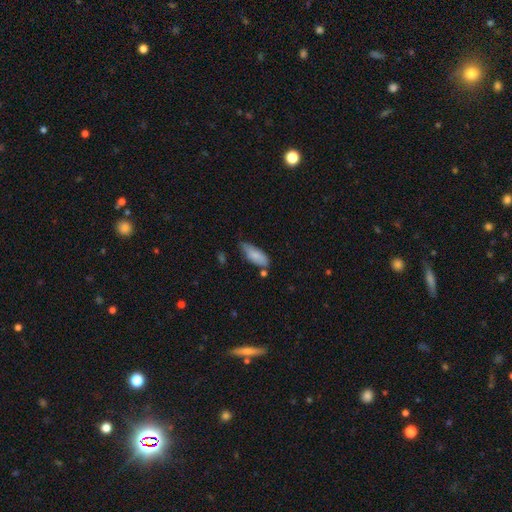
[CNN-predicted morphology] smooth 81%, featured or disk 13%, star or artifact 6%. Down the decision tree: how rounded — in between (78%); merging — none (51%).